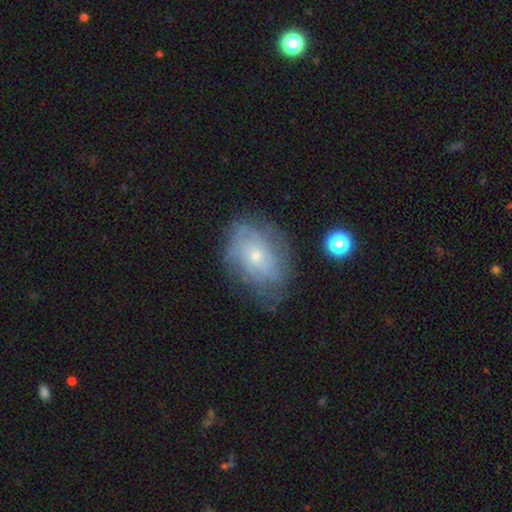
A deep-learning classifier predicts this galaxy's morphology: Smooth or featured: featured or disk — 66% (smooth — 25%)
Edge-on disk: no — 96% (yes — 4%)
Bar: no — 80% (weak — 17%)
Spiral arms: yes — 78% (no — 22%)
Bulge size: small — 67% (moderate — 28%)
Merging: none — 63% (minor disturbance — 23%)